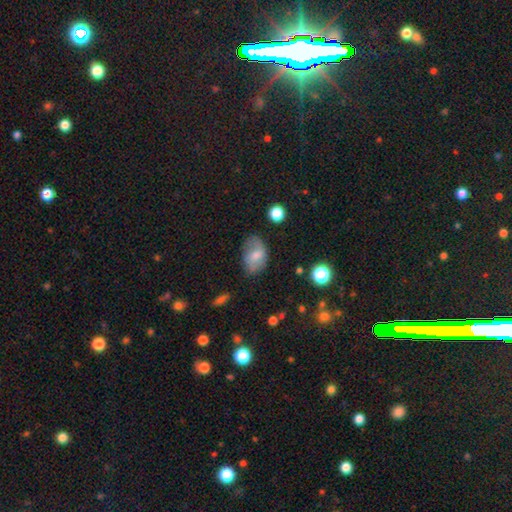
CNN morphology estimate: A smooth galaxy with no disk features (60%) that is in between round and cigar-shaped (86%).

Vote fractions:
- Smooth or featured? smooth: 60% / featured or disk: 30% / star or artifact: 9%
- How rounded? in between: 86% / round: 13% / cigar-shaped: 1%
- Merging? none: 60% / minor disturbance: 27% / major disturbance: 10% / merger: 2%